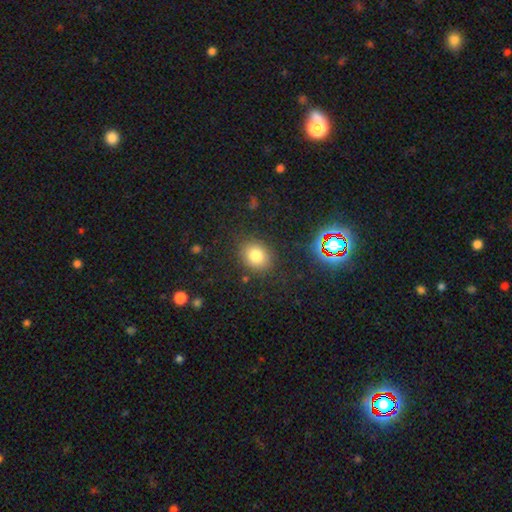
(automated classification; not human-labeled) smooth 78%, star or artifact 14%, featured or disk 8%. Down the decision tree: how rounded — round (64%); merging — none (84%).